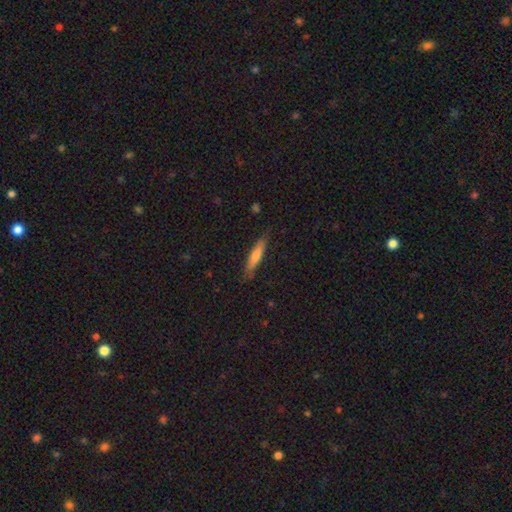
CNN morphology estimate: Smooth or featured?
  - smooth: 64% *
  - featured or disk: 30%
  - star or artifact: 6%
How rounded?
  - cigar-shaped: 87% *
  - in between: 11%
  - round: 1%
Merging?
  - none: 84% *
  - minor disturbance: 12%
  - major disturbance: 2%
  - merger: 1%